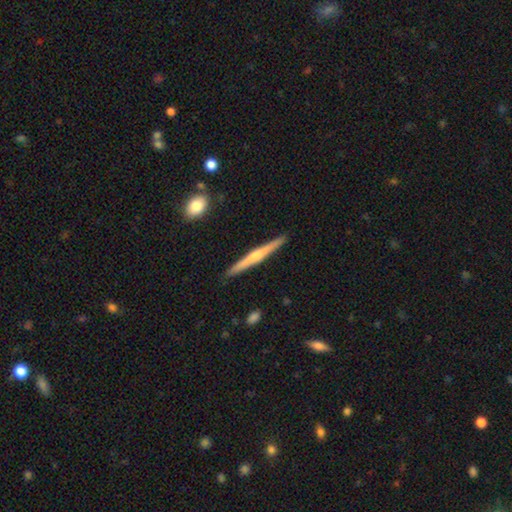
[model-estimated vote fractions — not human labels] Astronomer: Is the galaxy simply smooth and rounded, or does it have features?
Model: featured or disk — 67%.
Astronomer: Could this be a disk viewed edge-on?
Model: yes — 98%.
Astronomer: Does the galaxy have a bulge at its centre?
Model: rounded — 79%.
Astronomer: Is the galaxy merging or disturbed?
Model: none — 91%.